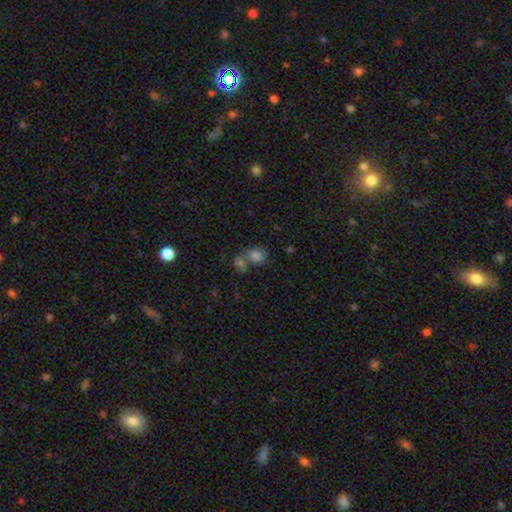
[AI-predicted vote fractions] Smooth or featured?
  - smooth: 77% *
  - star or artifact: 12%
  - featured or disk: 11%
How rounded?
  - in between: 53% *
  - round: 46%
  - cigar-shaped: 1%
Merging?
  - merger: 47% *
  - none: 37%
  - minor disturbance: 11%
  - major disturbance: 5%